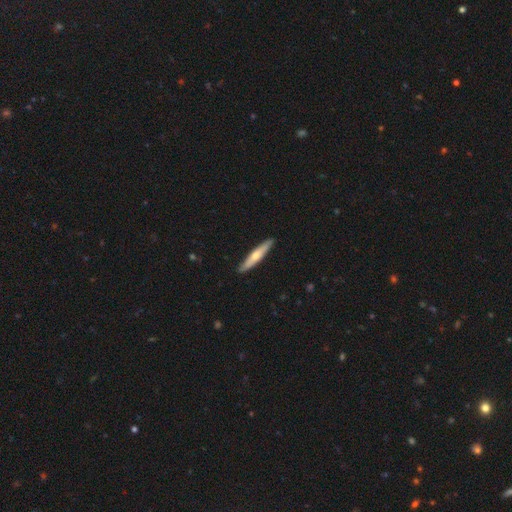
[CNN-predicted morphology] Q: Smooth or featured?
A: smooth (53%); runner-up: featured or disk (42%)
Q: How rounded?
A: cigar-shaped (91%); runner-up: in between (8%)
Q: Merging?
A: none (90%); runner-up: minor disturbance (8%)